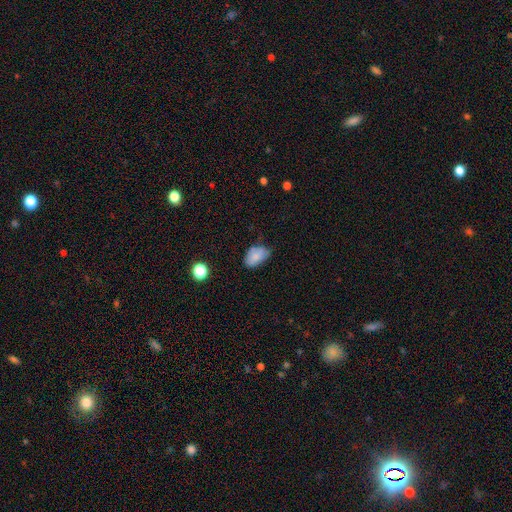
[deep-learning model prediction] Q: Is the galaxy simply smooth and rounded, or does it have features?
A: smooth — 81%.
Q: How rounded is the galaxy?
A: in between — 89%.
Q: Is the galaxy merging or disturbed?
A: none — 55%.